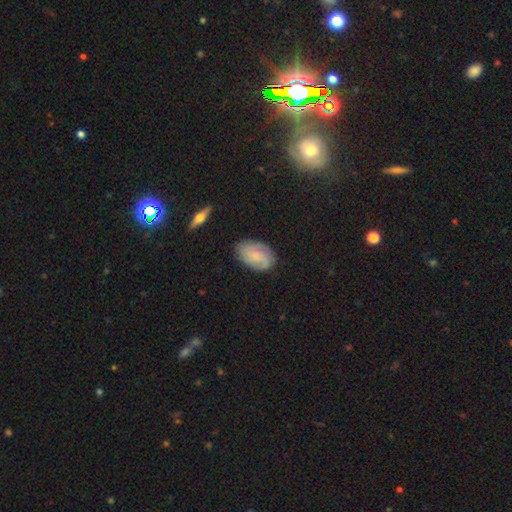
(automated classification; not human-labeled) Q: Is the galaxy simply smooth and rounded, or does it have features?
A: featured or disk — 53%.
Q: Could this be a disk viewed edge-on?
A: no — 94%.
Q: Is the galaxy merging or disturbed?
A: none — 78%.